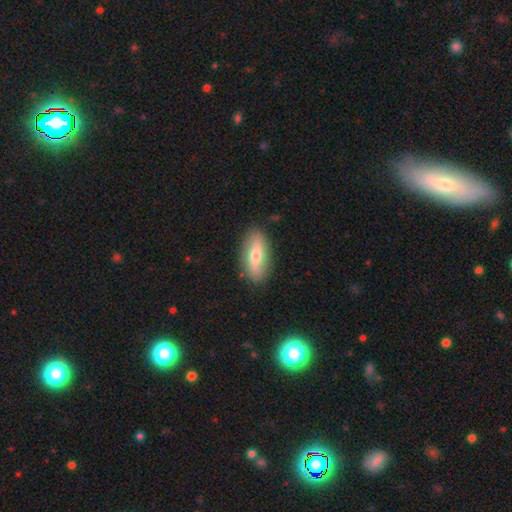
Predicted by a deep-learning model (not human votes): The model was most divided on "smooth or featured": smooth: 48%, featured or disk: 45%, star or artifact: 7%. More confident: merging — none (86%).